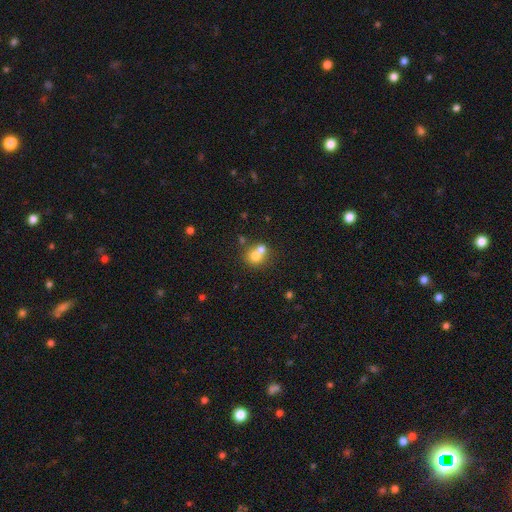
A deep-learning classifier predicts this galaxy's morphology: Overall: smooth (69%). How rounded: round (80%). Merging: merger (54%; none 36%).